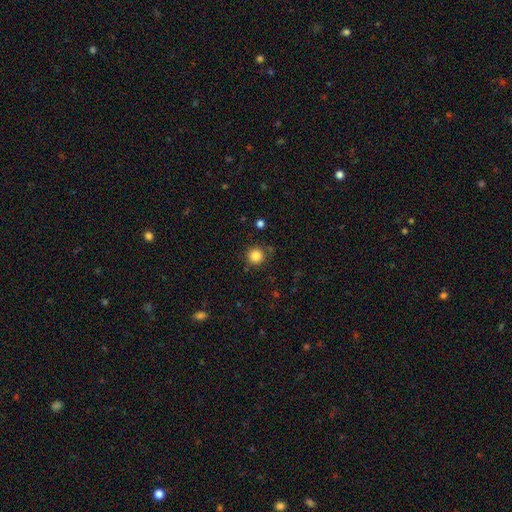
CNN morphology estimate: Smooth or featured? smooth (84%)
How rounded? round (94%)
Merging? none (86%)